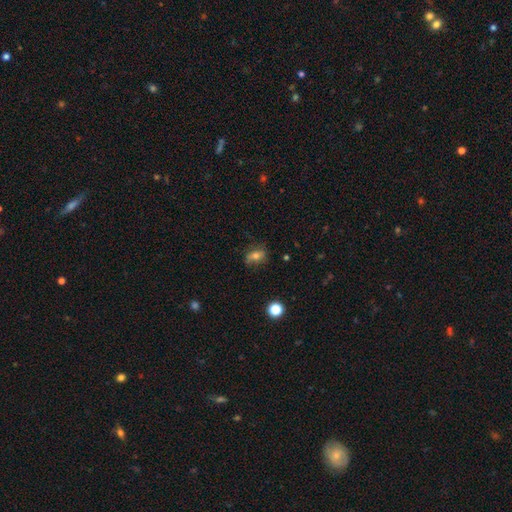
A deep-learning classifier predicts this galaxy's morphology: Q: Smooth or featured?
A: smooth (55%); runner-up: featured or disk (32%)
Q: How rounded?
A: in between (73%); runner-up: round (23%)
Q: Merging?
A: none (68%); runner-up: minor disturbance (22%)